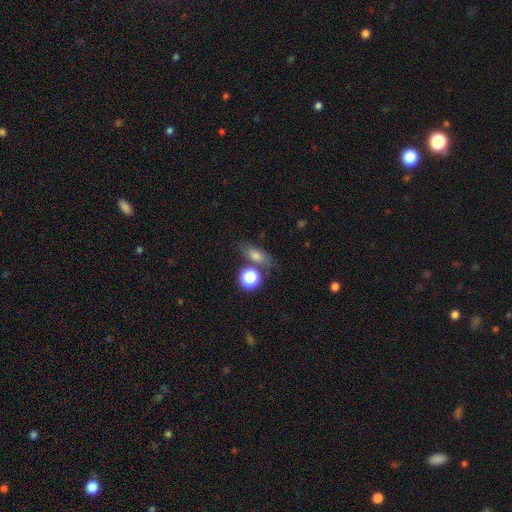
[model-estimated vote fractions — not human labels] Smooth or featured: smooth — 61% (star or artifact — 22%)
How rounded: in between — 57% (round — 25%)
Merging: none — 68% (minor disturbance — 14%)